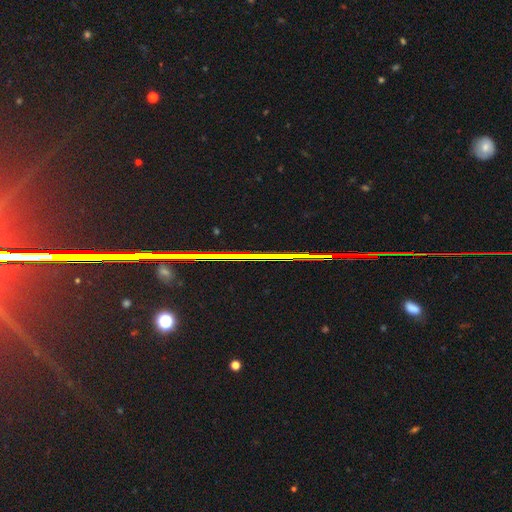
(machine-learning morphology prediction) Smooth or featured: star or artifact — 86% (featured or disk — 8%)